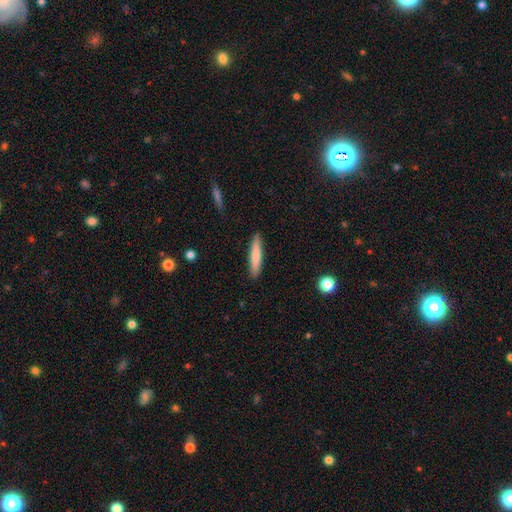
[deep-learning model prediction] This is likely a smooth galaxy (78%). How rounded: clearly cigar-shaped (90%). Merging: clearly none (90%).